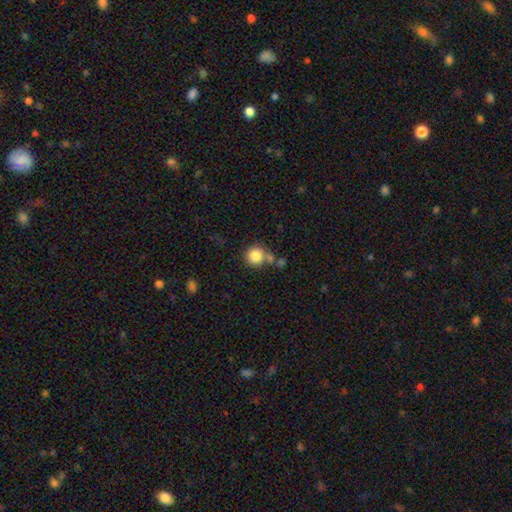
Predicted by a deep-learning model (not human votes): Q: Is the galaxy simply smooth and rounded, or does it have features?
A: smooth — 83%.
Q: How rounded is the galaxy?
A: round — 92%.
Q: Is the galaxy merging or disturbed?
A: none — 66%.